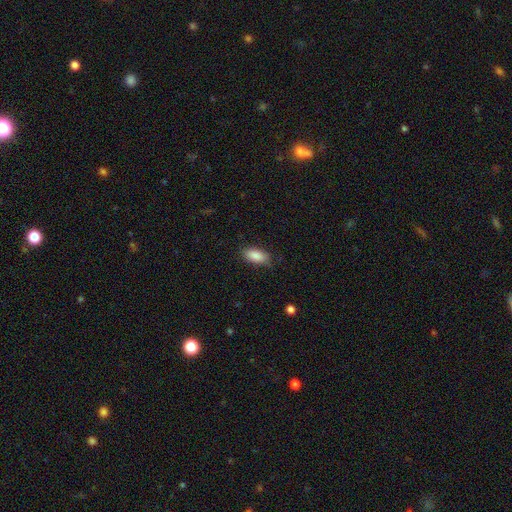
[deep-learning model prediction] This is clearly a smooth galaxy (88%). How rounded: clearly in between (89%). Merging: clearly none (81%).